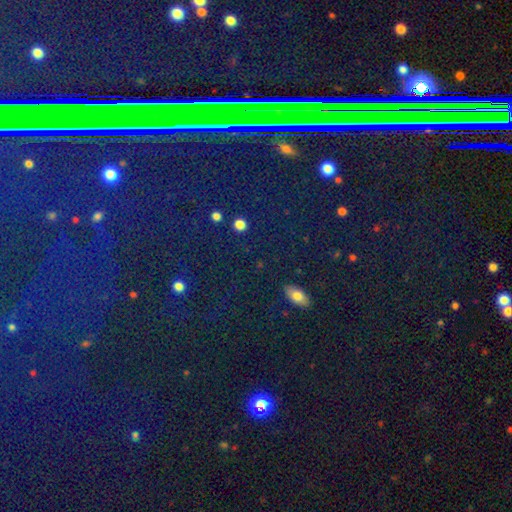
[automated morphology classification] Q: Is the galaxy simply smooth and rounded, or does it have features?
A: star or artifact — 71%.